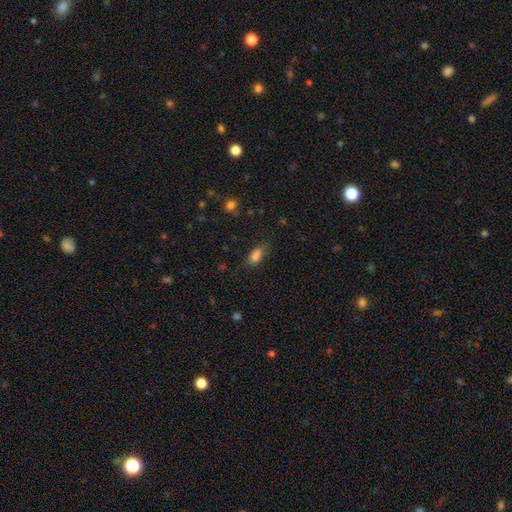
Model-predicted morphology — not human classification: This appears to be a smooth galaxy with no disk features (84%) that is in between round and cigar-shaped (87%). Merging: none (71%).